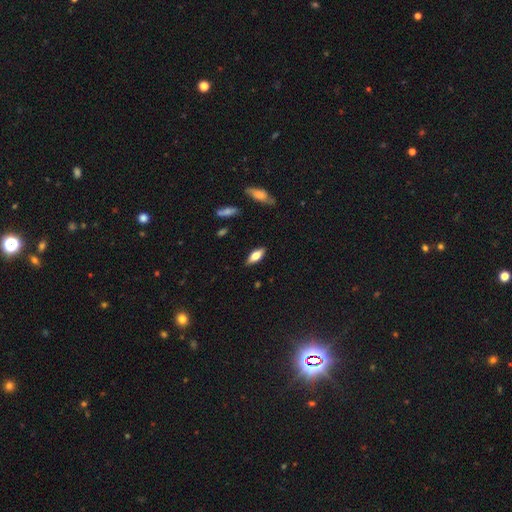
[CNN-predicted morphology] Smooth or featured? Predicted: smooth (p=0.63). How rounded? Predicted: in between (p=0.75). Merging? Predicted: none (p=0.86).